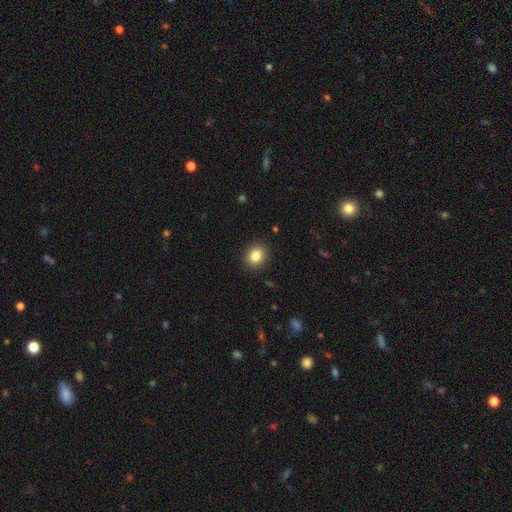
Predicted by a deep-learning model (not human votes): smooth-or-featured: smooth: 85% | star or artifact: 10% | featured or disk: 6%
  how-rounded: round: 70% | in between: 29% | cigar-shaped: 1%
  merging: none: 90% | minor disturbance: 7% | major disturbance: 2% | merger: 1%